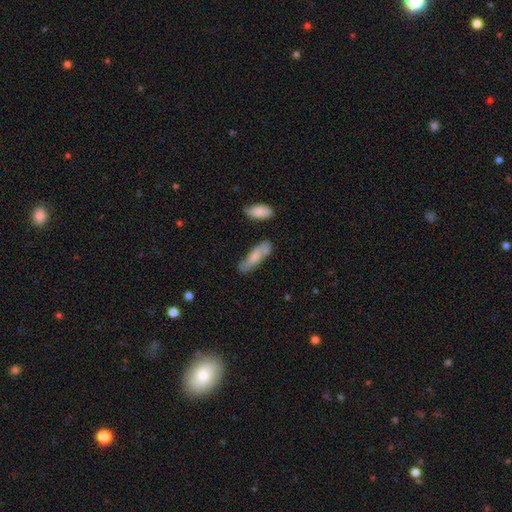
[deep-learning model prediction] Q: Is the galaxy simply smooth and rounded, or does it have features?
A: smooth — 60%.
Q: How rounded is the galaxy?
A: cigar-shaped — 53%.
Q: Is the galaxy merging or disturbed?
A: none — 69%.